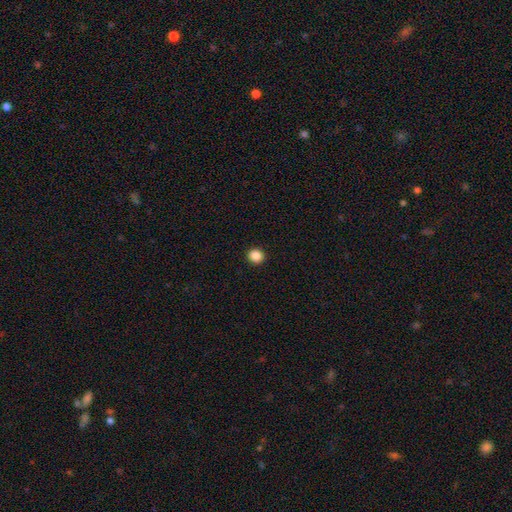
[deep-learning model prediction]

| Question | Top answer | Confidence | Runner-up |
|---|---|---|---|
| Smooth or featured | smooth | 87% | star or artifact (10%) |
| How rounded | round | 87% | in between (12%) |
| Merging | none | 93% | minor disturbance (4%) |